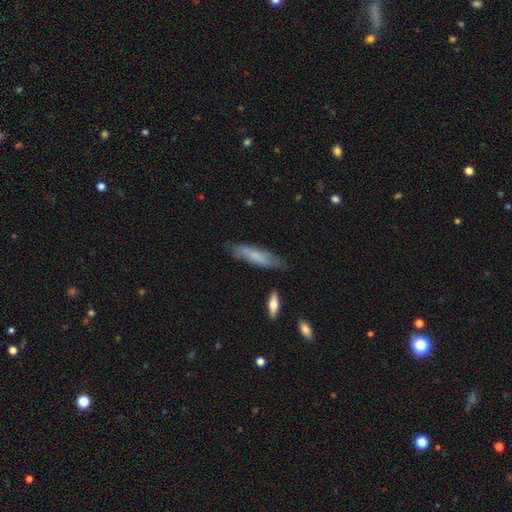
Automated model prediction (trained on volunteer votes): This is likely a smooth galaxy (67%). How rounded: likely cigar-shaped (75%). Merging: likely none (76%).